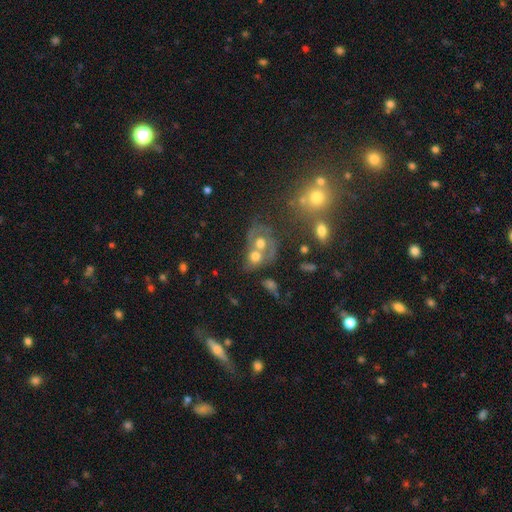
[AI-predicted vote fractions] This is possibly a smooth galaxy (46%). Merging: likely merger (62%).